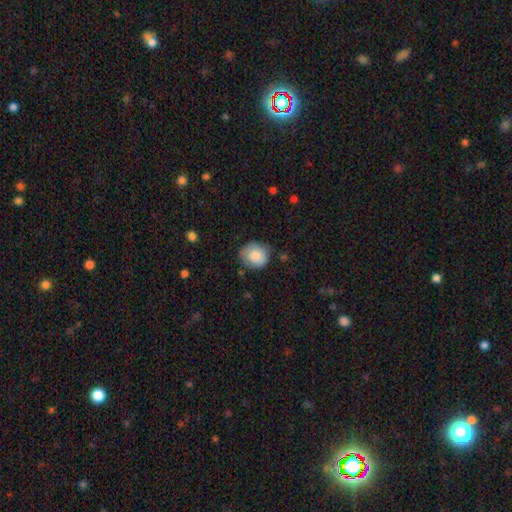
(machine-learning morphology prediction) Smooth or featured? Predicted: smooth (p=0.82). How rounded? Predicted: round (p=0.80). Merging? Predicted: none (p=0.71).